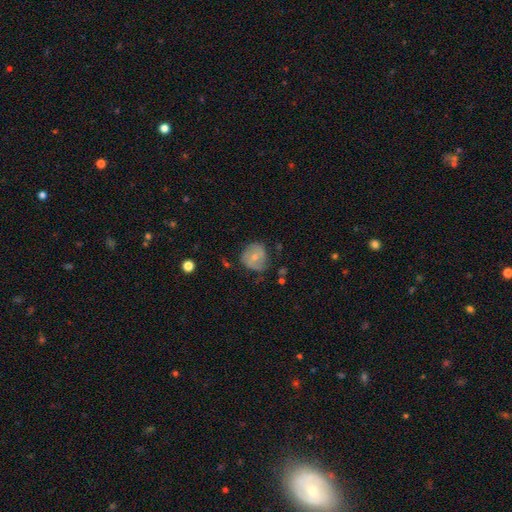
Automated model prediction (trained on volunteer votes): smooth-or-featured: smooth: 47% | featured or disk: 45% | star or artifact: 7%
  merging: none: 58% | minor disturbance: 29% | major disturbance: 10% | merger: 2%